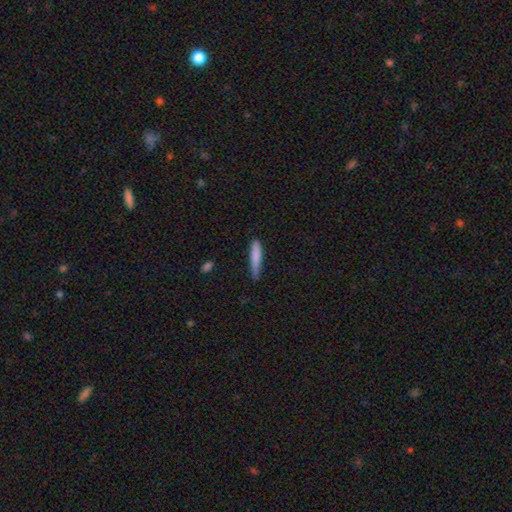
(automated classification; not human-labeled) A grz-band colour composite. It shows a smooth galaxy with no disk features (79%) that is cigar-shaped (89%). Merging: none (65%).